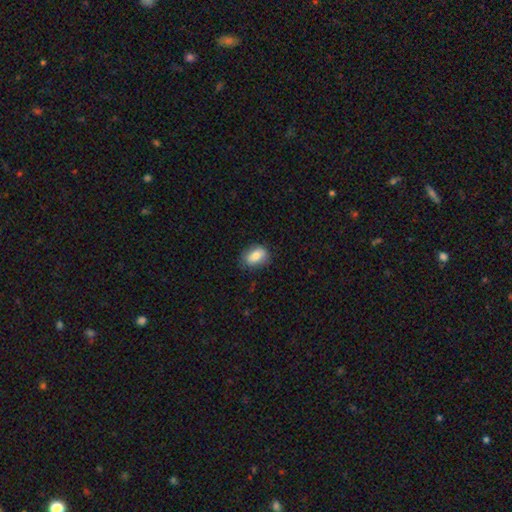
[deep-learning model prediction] Smooth or featured? smooth (80%)
How rounded? in between (84%)
Merging? none (77%)